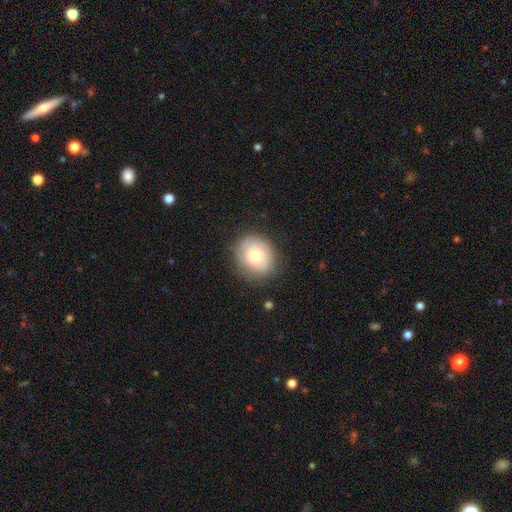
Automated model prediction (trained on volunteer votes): Morphology: type=smooth (60%); roundness=round (76%); merging=none (79%).